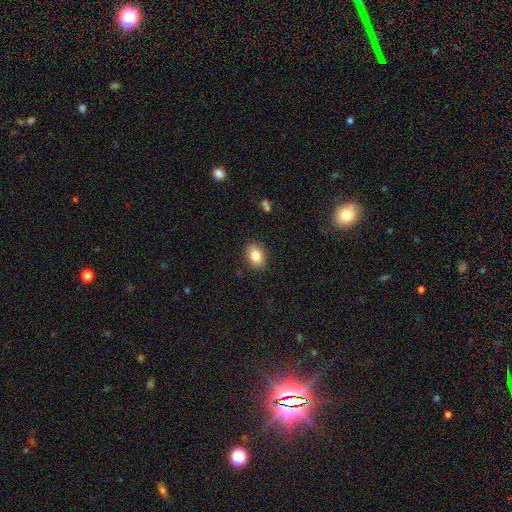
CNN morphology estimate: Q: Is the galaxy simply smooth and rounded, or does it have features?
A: smooth — 84%.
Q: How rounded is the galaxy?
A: in between — 83%.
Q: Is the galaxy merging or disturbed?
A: none — 88%.